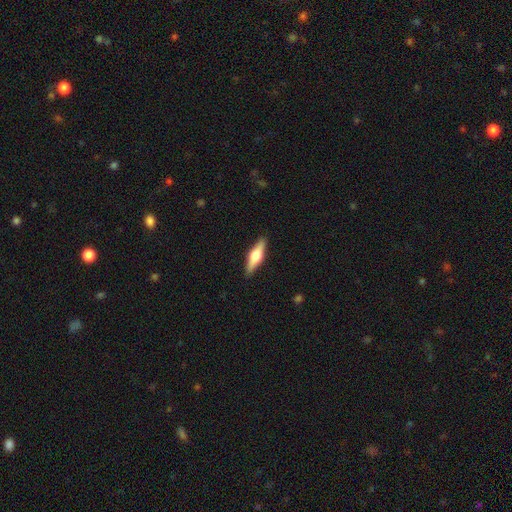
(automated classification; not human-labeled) Smooth or featured? featured or disk (57%)
Edge-on disk? yes (96%)
Edge-on bulge? rounded (93%)
Merging? none (90%)